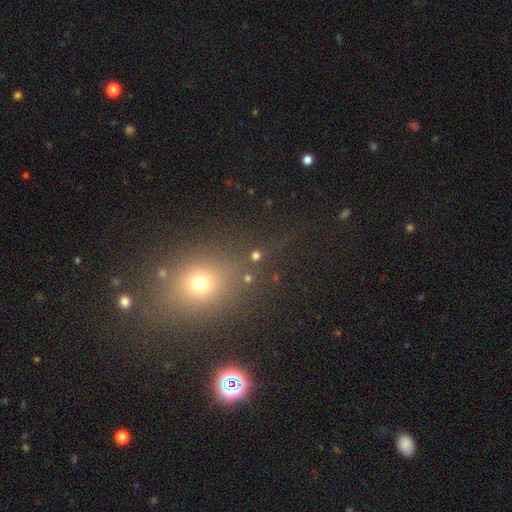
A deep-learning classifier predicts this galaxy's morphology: type=smooth (62%); roundness=round (89%); merging=none (76%).